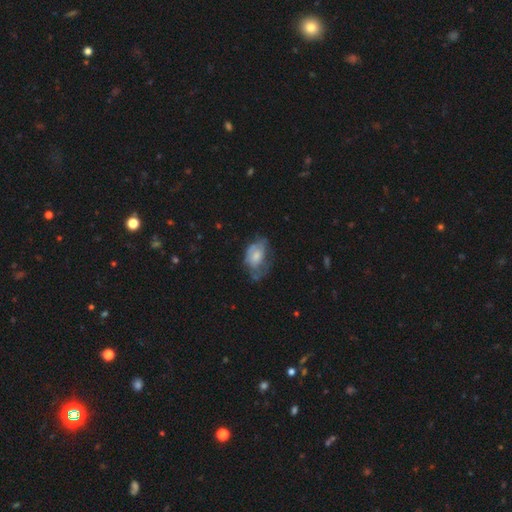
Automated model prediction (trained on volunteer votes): smooth_or_featured: smooth (p=0.46) [tied with: featured or disk p=0.46]
merging: none (p=0.37) [alt: minor disturbance p=0.33]